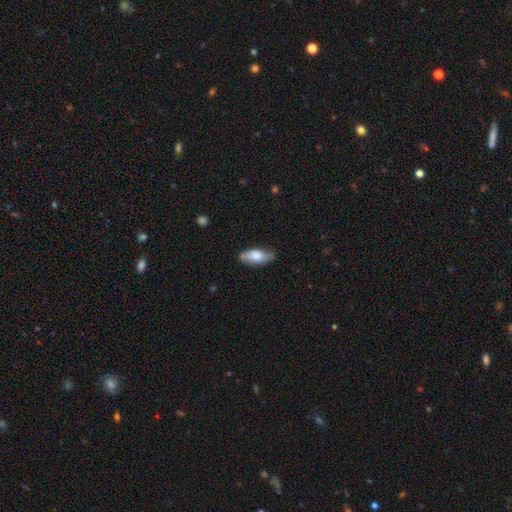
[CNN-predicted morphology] Overall: smooth (69%). How rounded: in between (83%). Merging: none (68%).